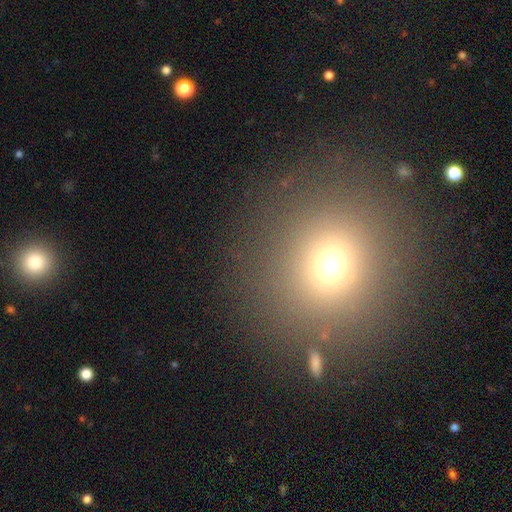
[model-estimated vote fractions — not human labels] smooth_or_featured: smooth (p=0.63) [alt: star or artifact p=0.28]
how_rounded: round (p=0.90) [alt: in between p=0.09]
merging: none (p=0.87) [alt: minor disturbance p=0.07]